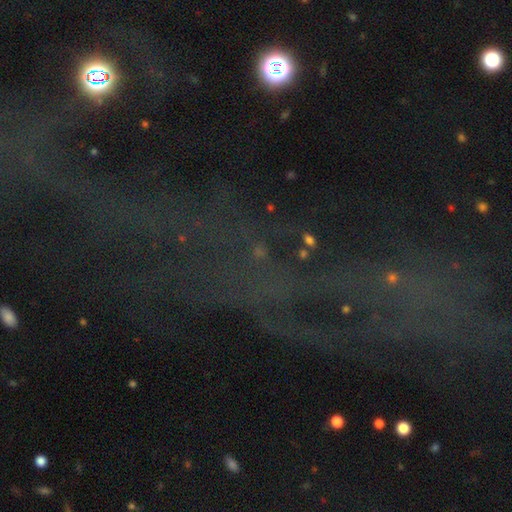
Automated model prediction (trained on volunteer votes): Morphology: type=star or artifact (66%).